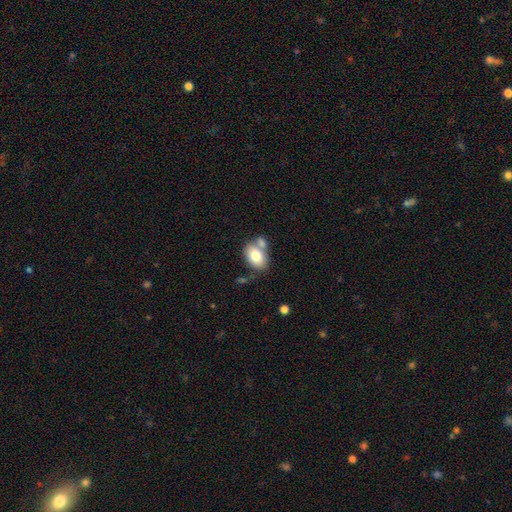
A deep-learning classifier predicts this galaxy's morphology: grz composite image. It shows a smooth galaxy with no disk features (76%) that is in between round and cigar-shaped (79%). Merging: none (47%).